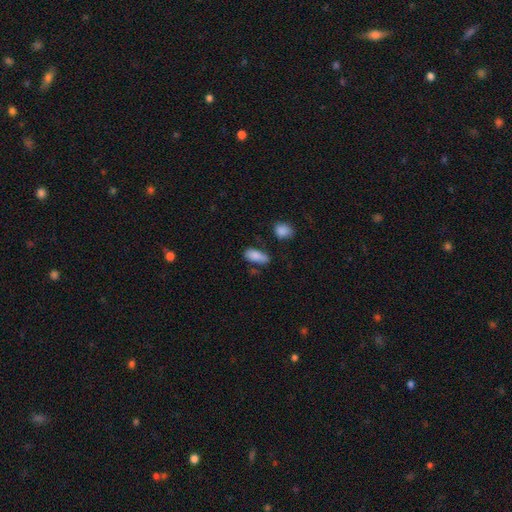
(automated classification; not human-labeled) The model was most divided on "merging": none: 62%, minor disturbance: 25%, major disturbance: 6%, merger: 6%. More confident: smooth or featured — smooth (86%); how rounded — in between (84%).